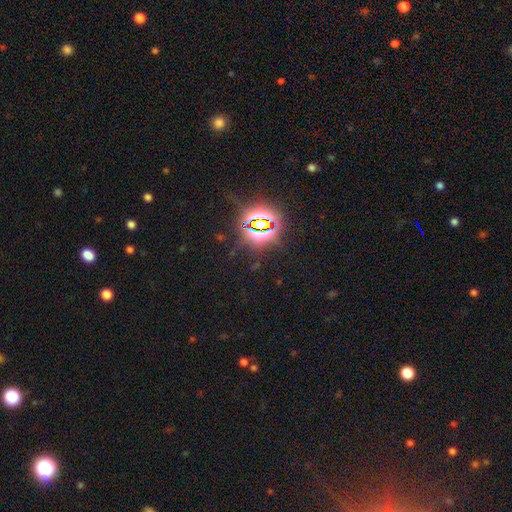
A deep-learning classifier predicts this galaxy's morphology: The model was most divided on "smooth or featured": star or artifact: 84%, smooth: 9%, featured or disk: 7%.